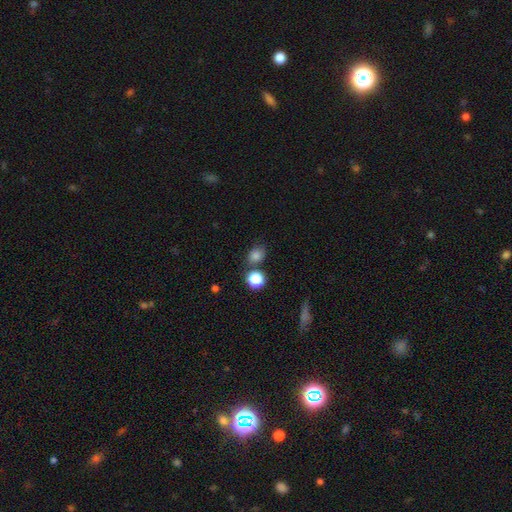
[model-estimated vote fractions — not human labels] Morphology: type=smooth (79%); roundness=round (59%); merging=none (69%).